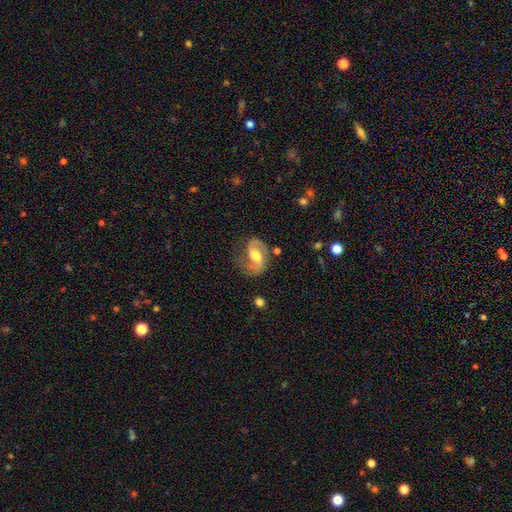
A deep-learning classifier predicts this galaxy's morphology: Q: Smooth or featured?
A: featured or disk (79%); runner-up: smooth (15%)
Q: Edge-on disk?
A: no (97%); runner-up: yes (3%)
Q: Bar?
A: weak (47%); runner-up: no (35%)
Q: Spiral arms?
A: yes (93%); runner-up: no (7%)
Q: Spiral winding?
A: medium (52%); runner-up: loose (28%)
Q: Spiral arm count?
A: 2 (83%); runner-up: 1 (9%)
Q: Bulge size?
A: moderate (67%); runner-up: small (15%)
Q: Merging?
A: none (63%); runner-up: minor disturbance (22%)